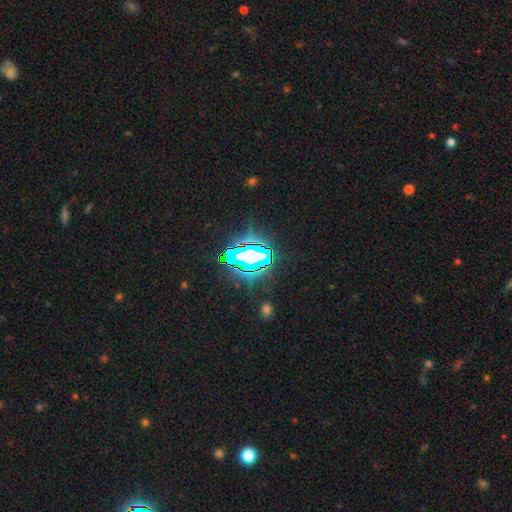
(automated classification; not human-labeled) Q: Smooth or featured?
A: star or artifact (70%); runner-up: smooth (16%)